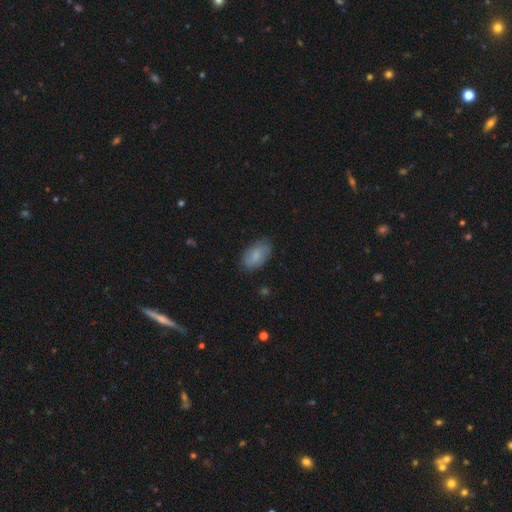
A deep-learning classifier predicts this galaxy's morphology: Smooth or featured? Predicted: smooth (p=0.81). How rounded? Predicted: in between (p=0.93). Merging? Predicted: none (p=0.79).